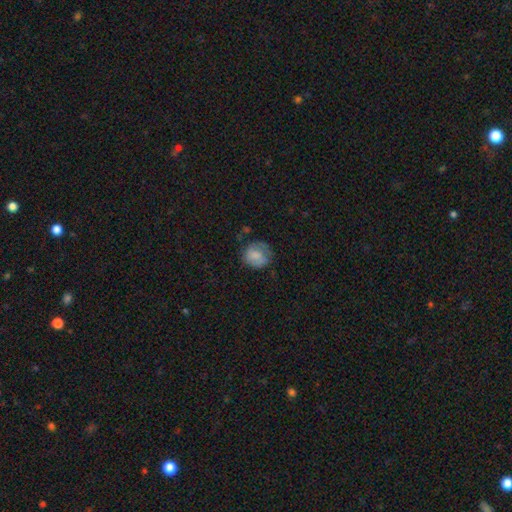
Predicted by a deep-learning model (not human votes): Smooth or featured?
  - smooth: 65% *
  - featured or disk: 27%
  - star or artifact: 8%
How rounded?
  - round: 76% *
  - in between: 23%
  - cigar-shaped: 1%
Merging?
  - none: 56% *
  - minor disturbance: 27%
  - major disturbance: 15%
  - merger: 2%